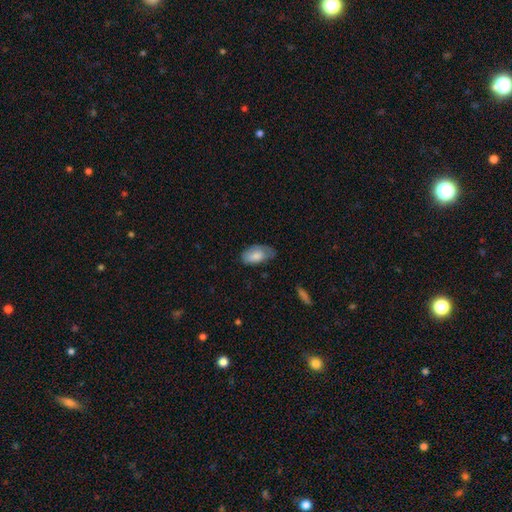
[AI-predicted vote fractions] Smooth or featured?
  - smooth: 76% *
  - featured or disk: 18%
  - star or artifact: 6%
How rounded?
  - in between: 94% *
  - round: 4%
  - cigar-shaped: 2%
Merging?
  - none: 50% *
  - minor disturbance: 36%
  - major disturbance: 13%
  - merger: 2%